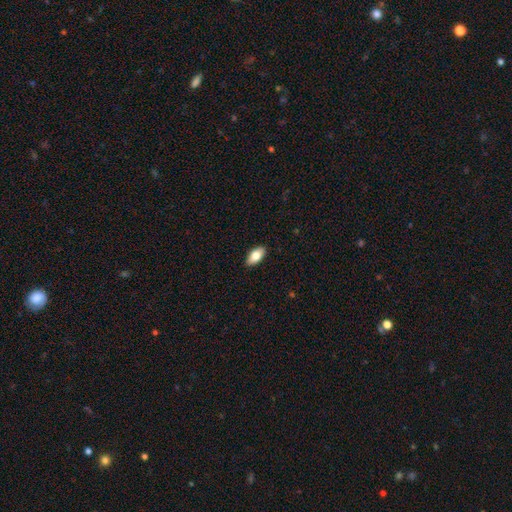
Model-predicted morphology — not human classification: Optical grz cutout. It shows a smooth galaxy with no disk features (78%) that is in between round and cigar-shaped (89%). Merging: none (90%).